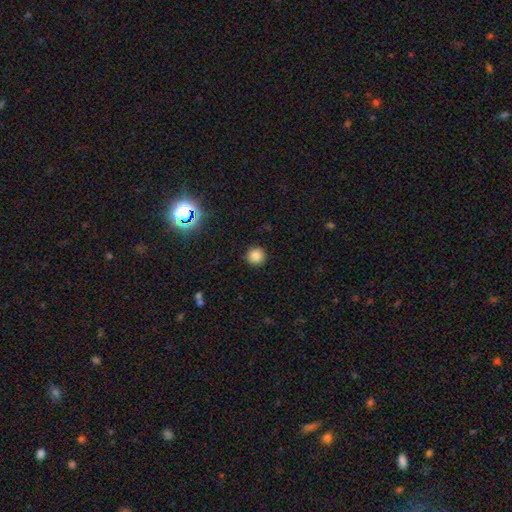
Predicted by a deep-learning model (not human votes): Q: Smooth or featured?
A: smooth (82%); runner-up: star or artifact (13%)
Q: How rounded?
A: round (94%); runner-up: in between (5%)
Q: Merging?
A: none (91%); runner-up: minor disturbance (6%)